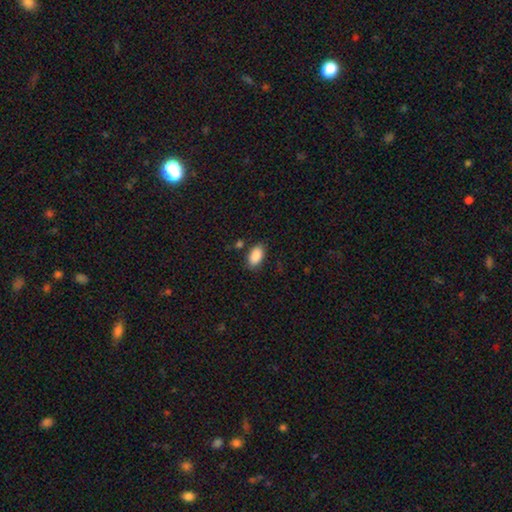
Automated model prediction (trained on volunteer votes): smooth 89%, star or artifact 7%, featured or disk 4%. Down the decision tree: how rounded — in between (93%); merging — none (81%).